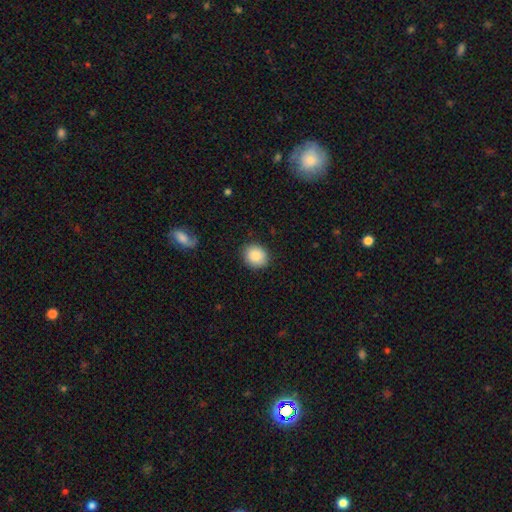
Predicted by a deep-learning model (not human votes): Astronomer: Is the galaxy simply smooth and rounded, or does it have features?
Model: smooth — 87%.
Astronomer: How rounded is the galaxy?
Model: round — 78%.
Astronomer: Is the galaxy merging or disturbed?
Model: none — 88%.